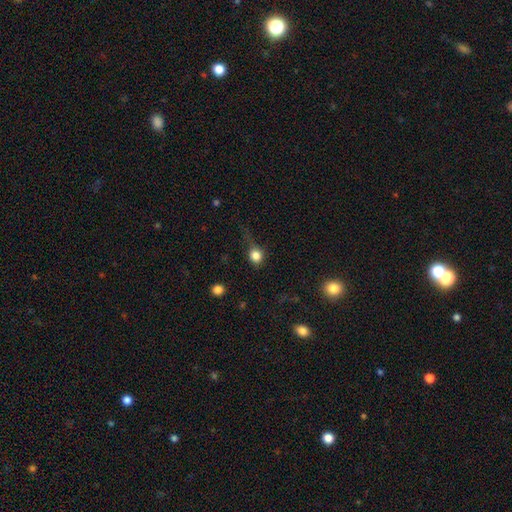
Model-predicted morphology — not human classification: type=smooth (81%); roundness=round (81%); merging=none (54%).